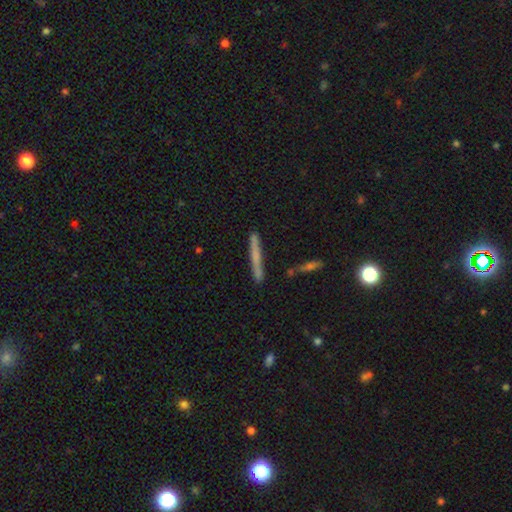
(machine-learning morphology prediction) smooth_or_featured: smooth (p=0.53) [alt: featured or disk p=0.39]
how_rounded: cigar-shaped (p=0.95) [alt: in between p=0.03]
merging: none (p=0.85) [alt: minor disturbance p=0.10]